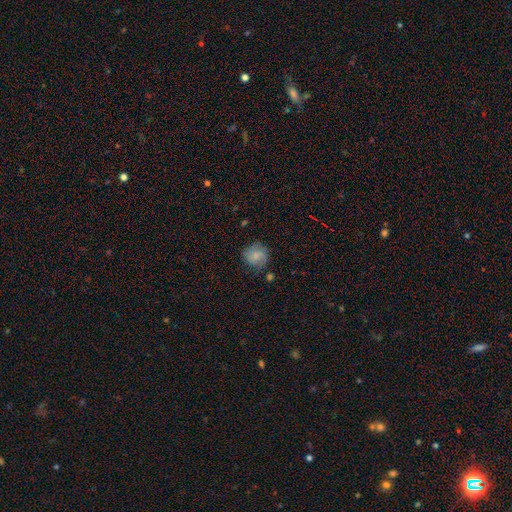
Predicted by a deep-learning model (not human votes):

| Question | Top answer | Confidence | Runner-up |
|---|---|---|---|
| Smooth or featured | smooth | 69% | featured or disk (22%) |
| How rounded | round | 85% | in between (14%) |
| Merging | none | 69% | minor disturbance (22%) |